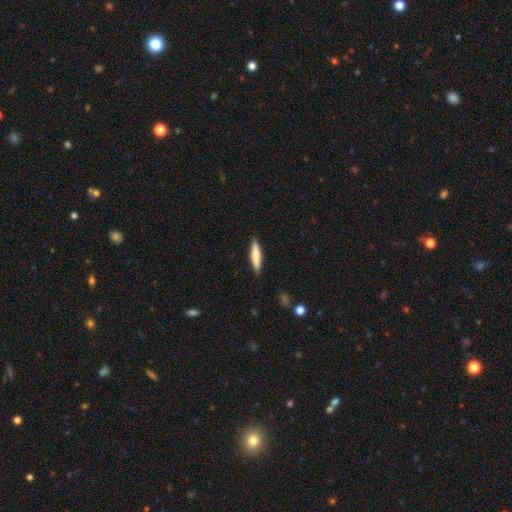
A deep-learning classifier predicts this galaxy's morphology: This appears to be a smooth galaxy with no disk features (74%) that is cigar-shaped (86%). Merging: none (89%).